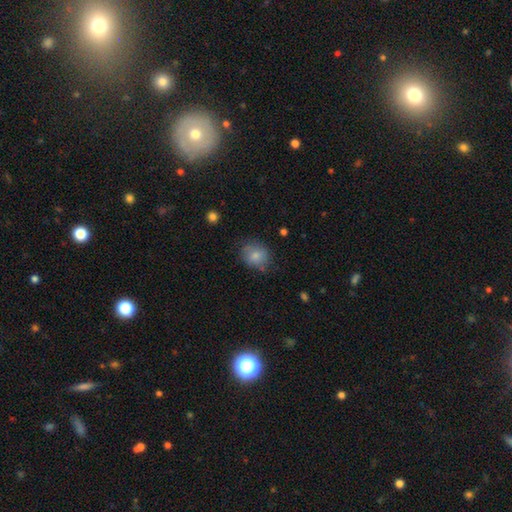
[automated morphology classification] smooth_or_featured: smooth (p=0.80) [alt: featured or disk p=0.12]
how_rounded: round (p=0.65) [alt: in between p=0.34]
merging: none (p=0.71) [alt: minor disturbance p=0.21]